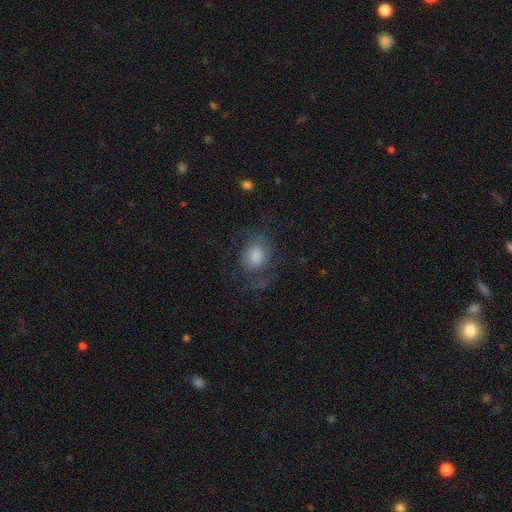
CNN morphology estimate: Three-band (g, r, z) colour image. It shows a smooth galaxy with no disk features (56%) that is round (54%). Merging: none (57%).